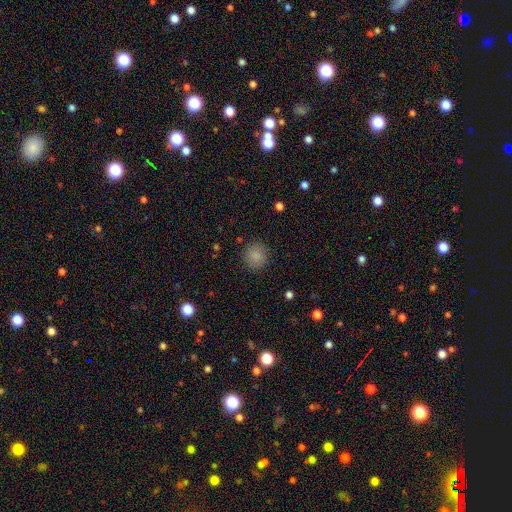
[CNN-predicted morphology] The model was most divided on "smooth or featured": smooth: 86%, star or artifact: 10%, featured or disk: 5%. More confident: merging — none (88%); how rounded — round (88%).